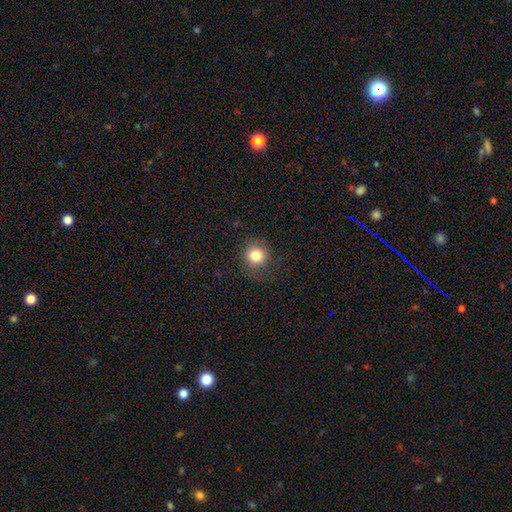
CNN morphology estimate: Smooth or featured? smooth (82%)
How rounded? round (91%)
Merging? none (81%)